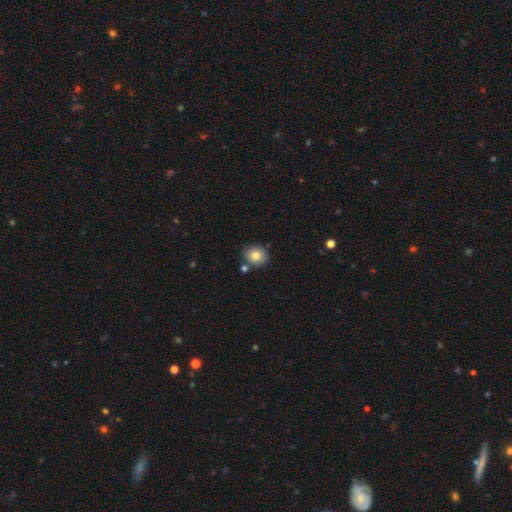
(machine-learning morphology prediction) This appears to be a smooth galaxy with no disk features (80%) that is round (66%). Merging: none (77%).